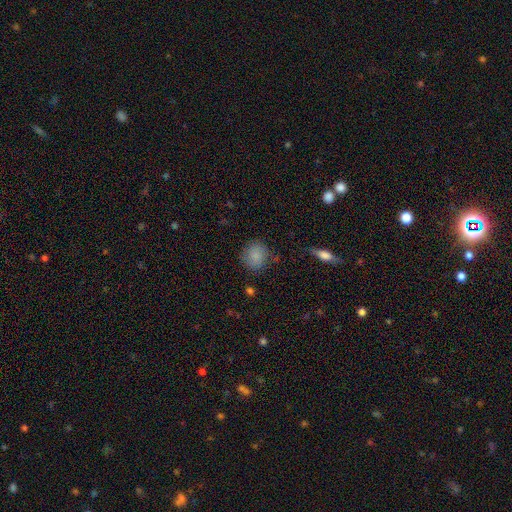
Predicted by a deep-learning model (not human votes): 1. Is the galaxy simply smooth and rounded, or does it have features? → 84% smooth, 8% star or artifact, 8% featured or disk.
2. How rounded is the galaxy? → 84% round, 15% in between, 1% cigar-shaped.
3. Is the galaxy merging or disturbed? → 80% none, 14% minor disturbance, 4% major disturbance, 2% merger.